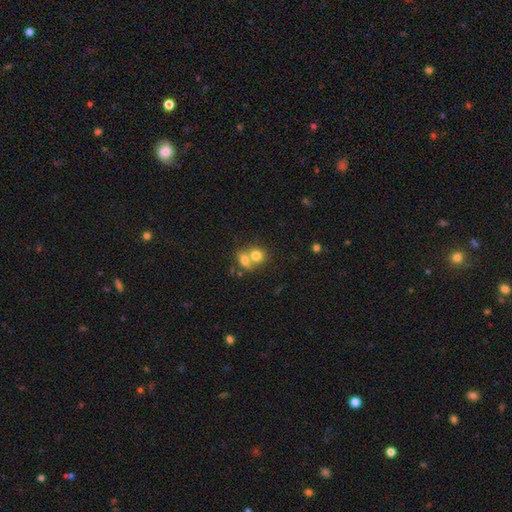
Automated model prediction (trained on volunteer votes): smooth_or_featured: smooth (p=0.76) [alt: featured or disk p=0.14]
how_rounded: round (p=0.66) [alt: in between p=0.33]
merging: merger (p=0.62) [alt: none p=0.29]